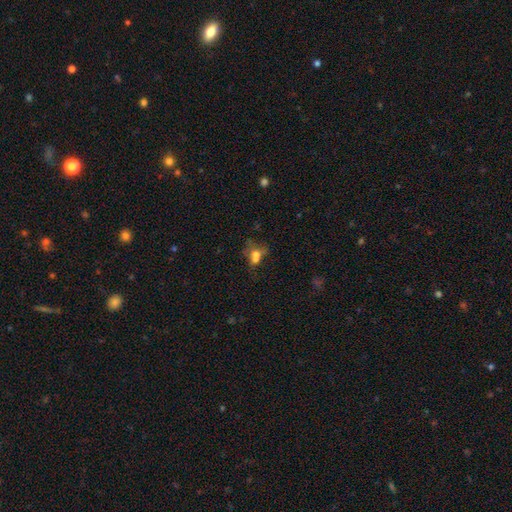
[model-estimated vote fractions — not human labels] Smooth or featured?
  - smooth: 62% *
  - featured or disk: 23%
  - star or artifact: 16%
How rounded?
  - round: 53% *
  - in between: 45%
  - cigar-shaped: 2%
Merging?
  - merger: 53% *
  - none: 26%
  - major disturbance: 11%
  - minor disturbance: 10%